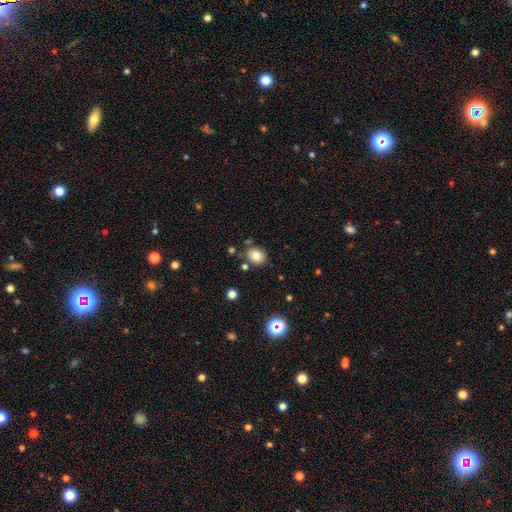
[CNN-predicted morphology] smooth_or_featured: smooth (p=0.83) [alt: star or artifact p=0.11]
how_rounded: round (p=0.57) [alt: in between p=0.42]
merging: none (p=0.77) [alt: minor disturbance p=0.13]